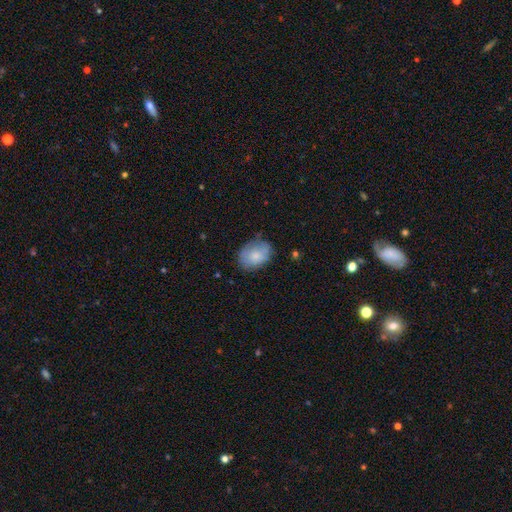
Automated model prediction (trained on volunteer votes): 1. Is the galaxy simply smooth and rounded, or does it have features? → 77% smooth, 16% featured or disk, 7% star or artifact.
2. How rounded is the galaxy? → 70% in between, 29% round, 1% cigar-shaped.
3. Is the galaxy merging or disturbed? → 67% none, 24% minor disturbance, 6% major disturbance, 2% merger.